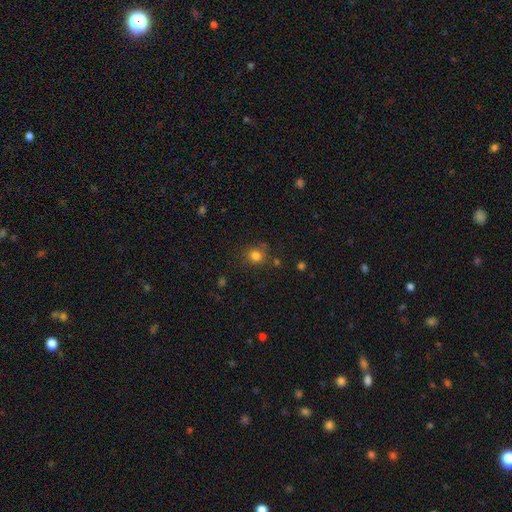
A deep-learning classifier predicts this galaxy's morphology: Smooth or featured: smooth — 80% (star or artifact — 14%)
How rounded: round — 79% (in between — 20%)
Merging: none — 75% (minor disturbance — 15%)